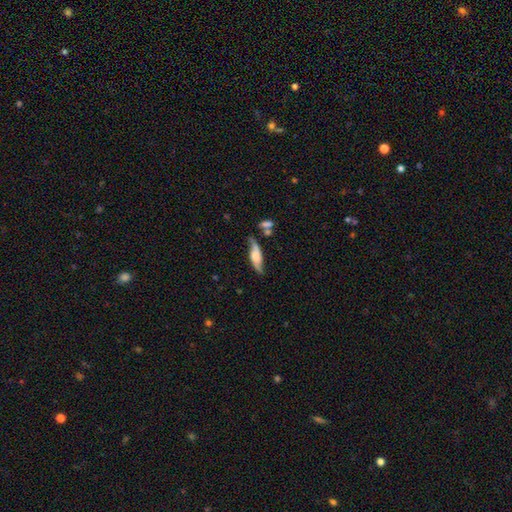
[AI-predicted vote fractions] smooth-or-featured: featured or disk: 61% | smooth: 31% | star or artifact: 7%
  disk-edge-on: no: 61% | yes: 39%
  merging: none: 64% | minor disturbance: 22% | major disturbance: 7% | merger: 7%